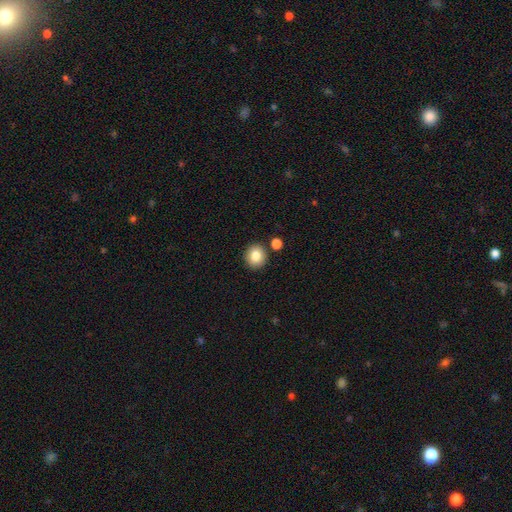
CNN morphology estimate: type=smooth (83%); roundness=round (85%); merging=none (86%).